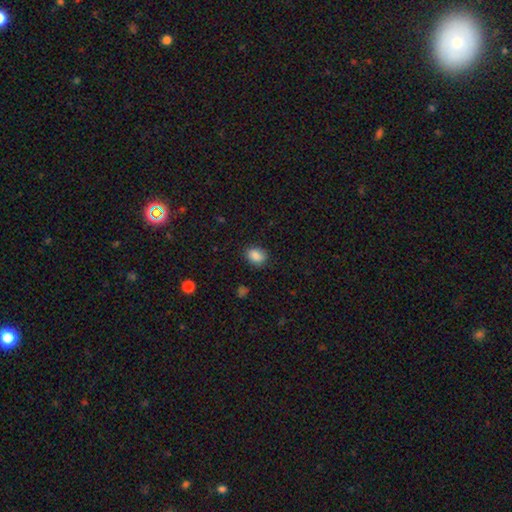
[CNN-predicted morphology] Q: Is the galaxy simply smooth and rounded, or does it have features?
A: smooth — 87%.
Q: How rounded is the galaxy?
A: in between — 70%.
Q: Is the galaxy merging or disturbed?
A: none — 80%.